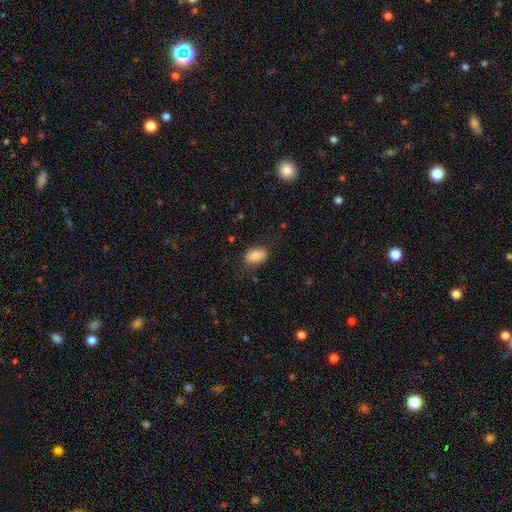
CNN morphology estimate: A smooth galaxy with no disk features (86%) that is in between round and cigar-shaped (89%).

Vote fractions:
- Smooth or featured? smooth: 86% / star or artifact: 7% / featured or disk: 6%
- How rounded? in between: 89% / round: 10% / cigar-shaped: 2%
- Merging? none: 77% / minor disturbance: 17% / major disturbance: 5% / merger: 1%